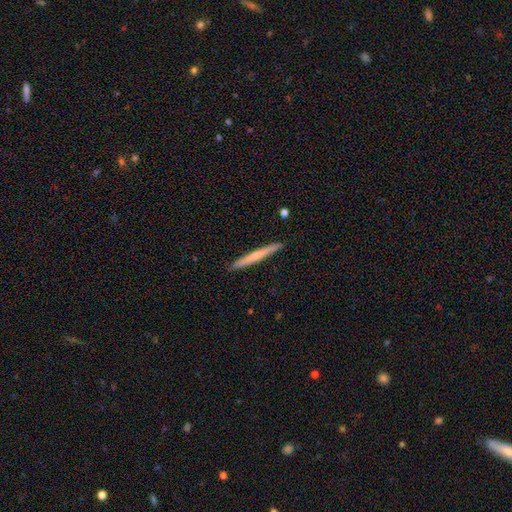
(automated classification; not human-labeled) Smooth or featured? smooth (51%)
How rounded? cigar-shaped (96%)
Merging? none (92%)